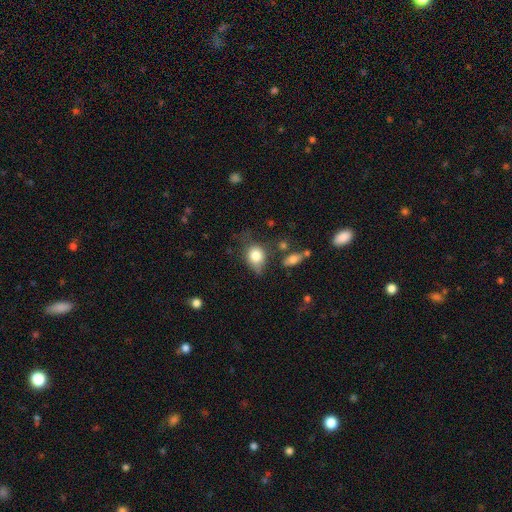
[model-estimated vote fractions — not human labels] This is likely a smooth galaxy (79%). How rounded: possibly in between (50%). Merging: possibly none (47%).